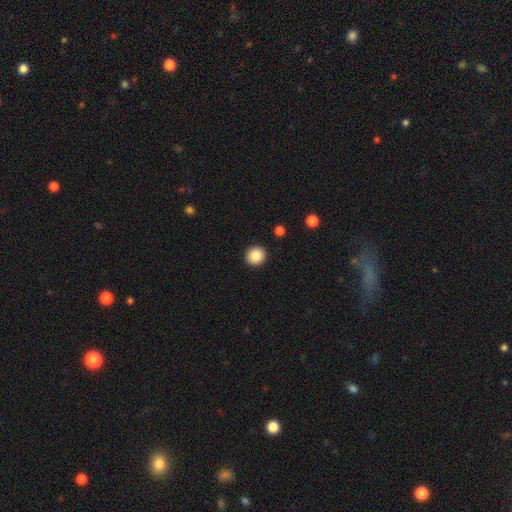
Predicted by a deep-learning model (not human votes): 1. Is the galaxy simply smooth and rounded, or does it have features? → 86% smooth, 9% star or artifact, 5% featured or disk.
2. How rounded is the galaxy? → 91% round, 8% in between, 1% cigar-shaped.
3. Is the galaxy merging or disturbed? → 93% none, 5% minor disturbance, 2% major disturbance, 1% merger.